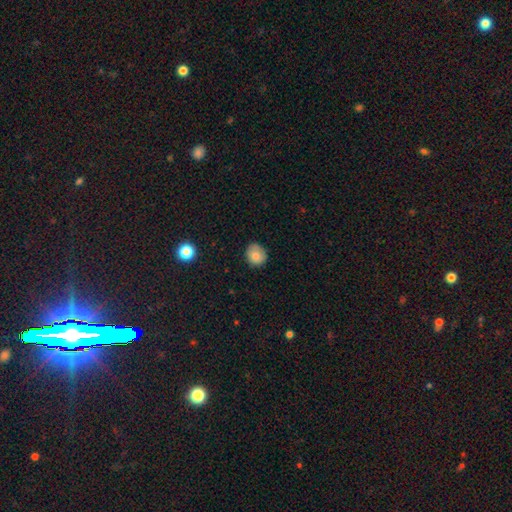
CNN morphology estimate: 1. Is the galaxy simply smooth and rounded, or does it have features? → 80% smooth, 10% featured or disk, 10% star or artifact.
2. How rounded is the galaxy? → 82% round, 17% in between, 1% cigar-shaped.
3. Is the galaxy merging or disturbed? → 80% none, 16% minor disturbance, 3% major disturbance, 1% merger.